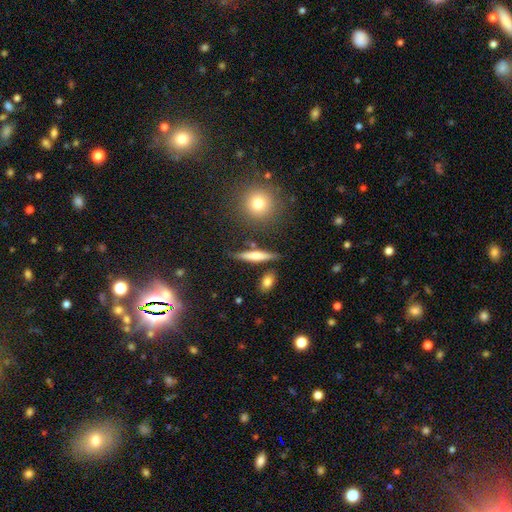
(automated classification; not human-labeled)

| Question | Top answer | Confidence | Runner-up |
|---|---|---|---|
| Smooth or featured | smooth | 50% | featured or disk (42%) |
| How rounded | cigar-shaped | 80% | in between (15%) |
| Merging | none | 80% | minor disturbance (12%) |